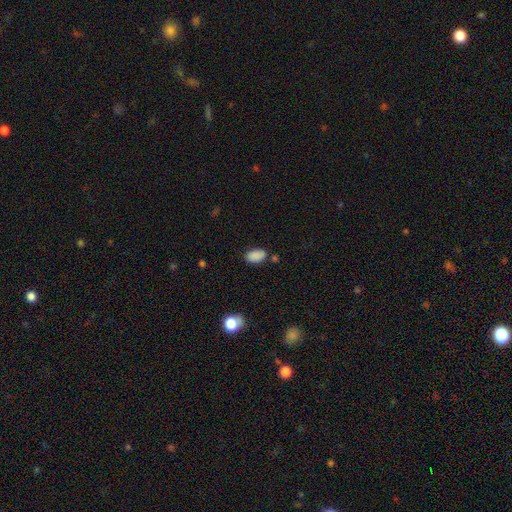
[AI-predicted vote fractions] smooth-or-featured: smooth: 87% | star or artifact: 9% | featured or disk: 4%
  how-rounded: in between: 92% | round: 6% | cigar-shaped: 2%
  merging: none: 77% | minor disturbance: 15% | merger: 5% | major disturbance: 3%